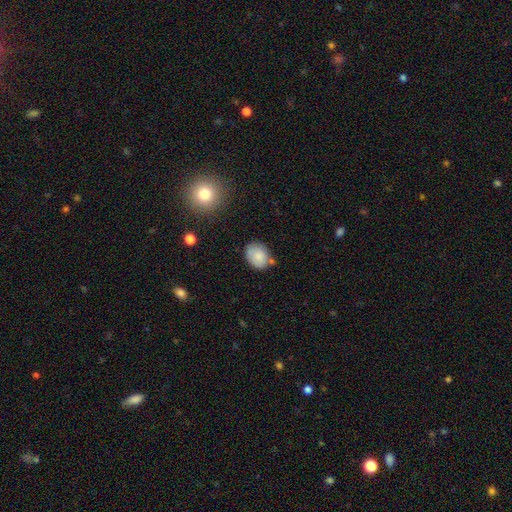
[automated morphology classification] A smooth galaxy with no disk features (81%) that is in between round and cigar-shaped (60%). Merging: none (64%).